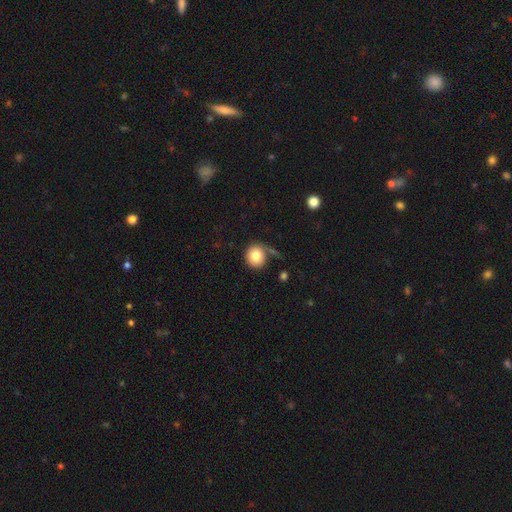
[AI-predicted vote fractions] Overall: smooth (81%). How rounded: round (85%). Merging: none (59%).